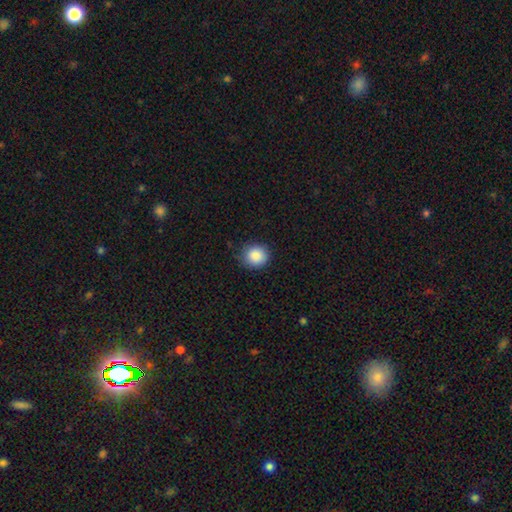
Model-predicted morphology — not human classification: Smooth or featured? Predicted: smooth (p=0.88). How rounded? Predicted: round (p=0.88). Merging? Predicted: none (p=0.85).